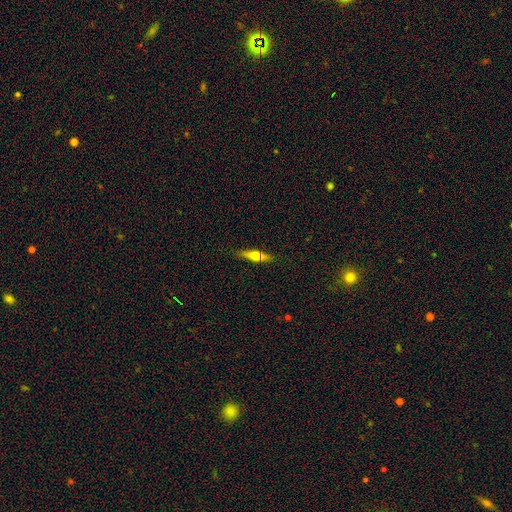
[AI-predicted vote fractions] Smooth or featured? Predicted: featured or disk (p=0.54). Edge-on disk? Predicted: yes (p=0.94). Edge-on bulge? Predicted: rounded (p=0.93). Merging? Predicted: none (p=0.87).